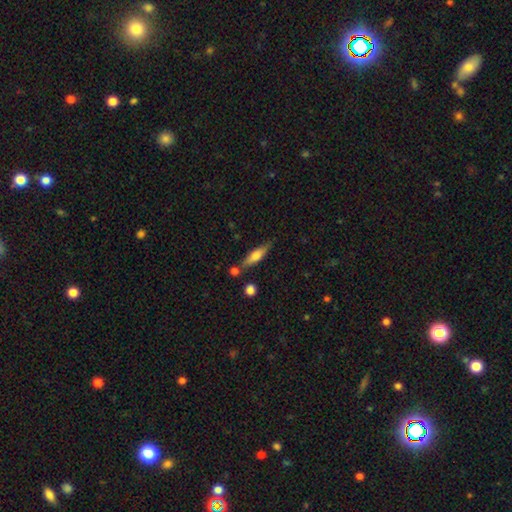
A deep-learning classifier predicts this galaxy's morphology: Overall: smooth (55%; featured or disk 38%). How rounded: cigar-shaped (68%; in between 29%). Merging: none (73%).